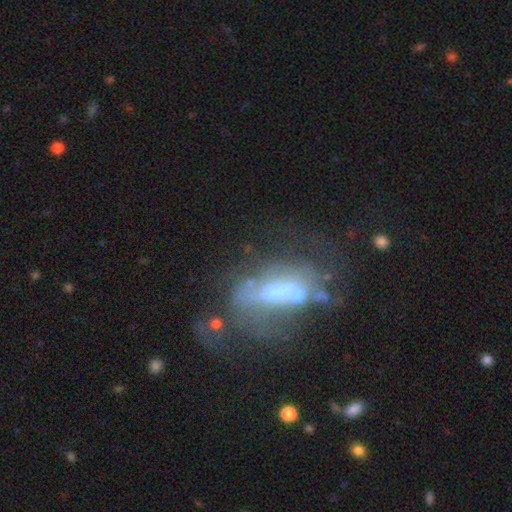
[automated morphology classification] type=featured or disk (60%); edge-on=no (78%); merging=none (46%).